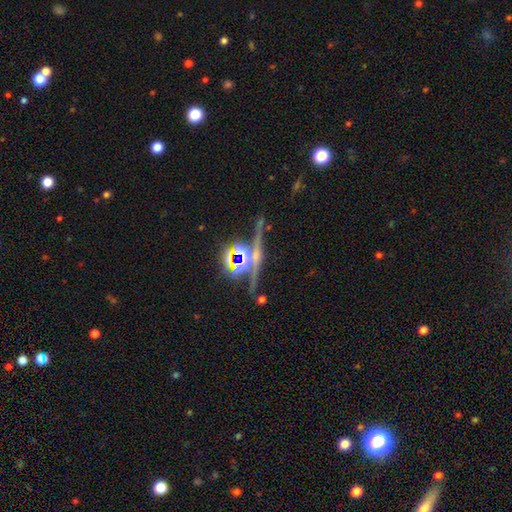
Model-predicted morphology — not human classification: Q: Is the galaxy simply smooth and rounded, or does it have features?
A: star or artifact — 56%.